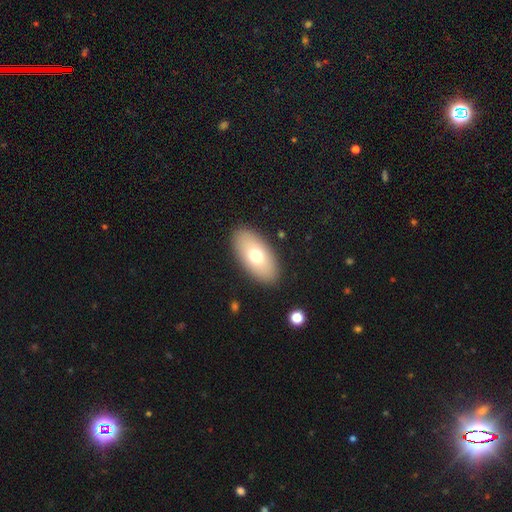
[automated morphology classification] Smooth or featured? Predicted: smooth (p=0.70). How rounded? Predicted: in between (p=0.93). Merging? Predicted: none (p=0.88).